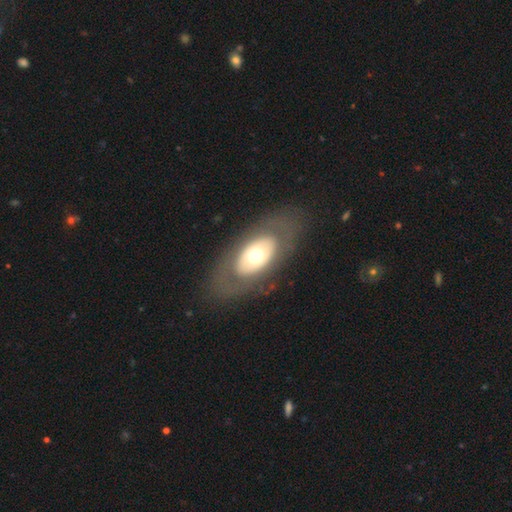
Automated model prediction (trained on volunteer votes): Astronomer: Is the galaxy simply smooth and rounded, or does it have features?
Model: featured or disk — 47%, tied with smooth at 47%.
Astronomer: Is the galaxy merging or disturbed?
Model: none — 78%.